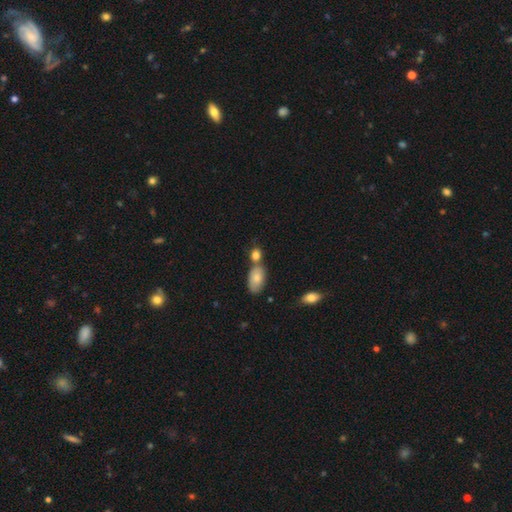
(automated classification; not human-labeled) Morphology: type=smooth (79%); roundness=in between (50%); merging=none (49%).